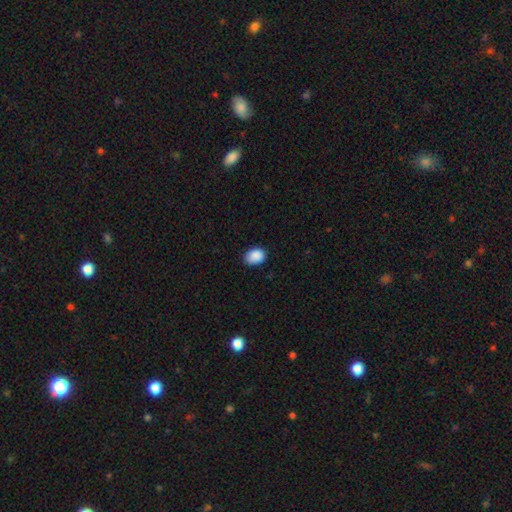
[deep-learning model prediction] Overall: smooth (89%). How rounded: in between (70%). Merging: none (78%).